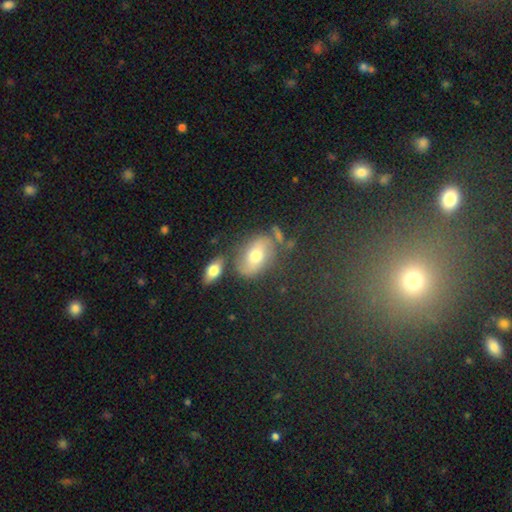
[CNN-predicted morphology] Smooth or featured? smooth (50%)
How rounded? in between (84%)
Merging? none (63%)